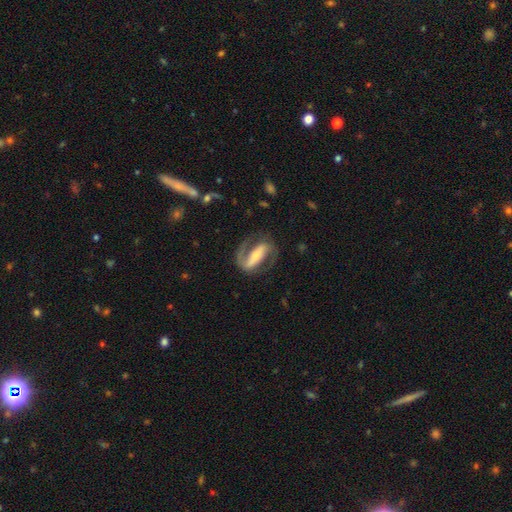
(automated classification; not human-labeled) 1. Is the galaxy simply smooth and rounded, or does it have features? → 86% featured or disk, 10% smooth, 4% star or artifact.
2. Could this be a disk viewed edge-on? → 93% no, 7% yes.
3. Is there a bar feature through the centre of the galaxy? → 72% strong, 17% weak, 11% no.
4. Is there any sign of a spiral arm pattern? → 93% yes, 7% no.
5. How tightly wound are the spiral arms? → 50% medium, 27% tight, 22% loose.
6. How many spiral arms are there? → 86% 2, 8% 1, 3% can't tell, 1% 3, 1% 4, 1% more than 4.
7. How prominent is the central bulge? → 45% small, 44% moderate, 6% large, 3% none, 2% dominant.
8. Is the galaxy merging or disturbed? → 76% none, 13% minor disturbance, 10% major disturbance, 2% merger.